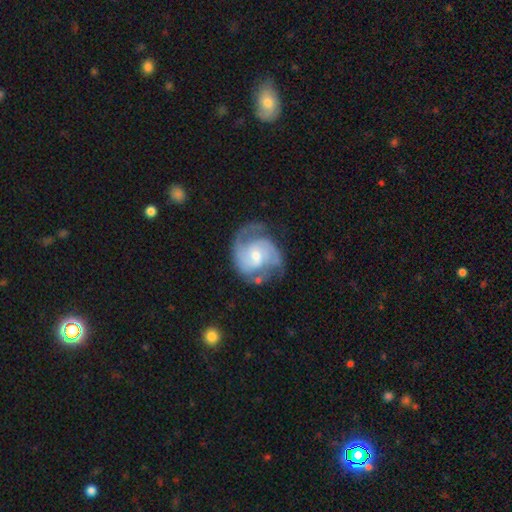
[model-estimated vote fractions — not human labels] smooth_or_featured: featured or disk (p=0.86) [alt: smooth p=0.09]
disk_edge_on: no (p=0.98) [alt: yes p=0.02]
bar: no (p=0.47) [alt: weak p=0.44]
has_spiral_arms: yes (p=0.96) [alt: no p=0.04]
spiral_winding: medium (p=0.46) [alt: tight p=0.41]
spiral_arm_count: 2 (p=0.64) [alt: 3 p=0.15]
bulge_size: moderate (p=0.50) [alt: small p=0.45]
merging: none (p=0.63) [alt: minor disturbance p=0.21]